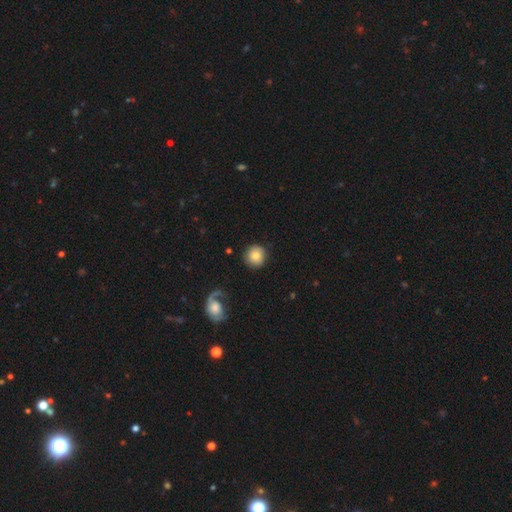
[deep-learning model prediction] Smooth or featured?
  - smooth: 74% *
  - featured or disk: 18%
  - star or artifact: 8%
How rounded?
  - round: 92% *
  - in between: 7%
  - cigar-shaped: 1%
Merging?
  - none: 83% *
  - minor disturbance: 10%
  - major disturbance: 4%
  - merger: 2%